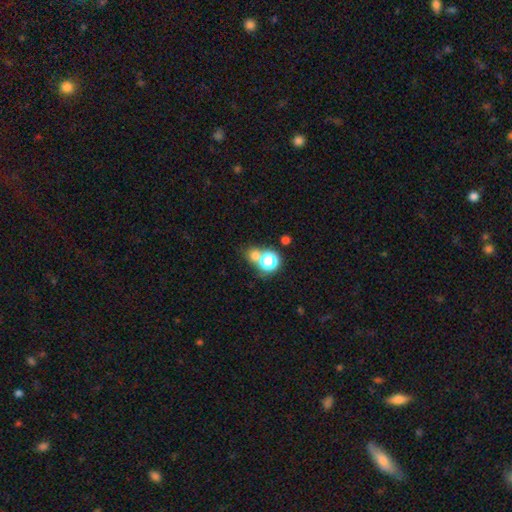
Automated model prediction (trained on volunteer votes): This is likely a smooth galaxy (65%). How rounded: clearly round (81%). Merging: possibly none (51%).